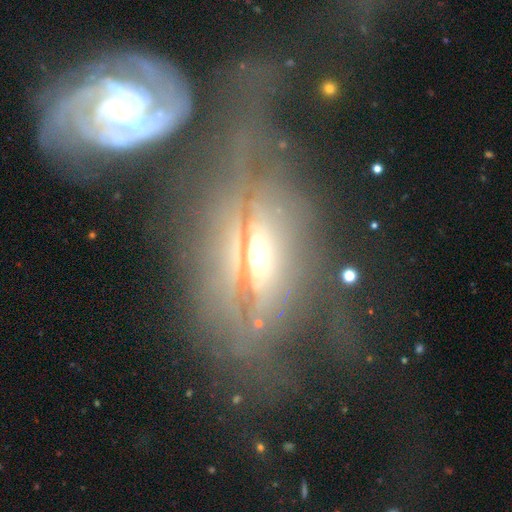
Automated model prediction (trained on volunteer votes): Overall: featured or disk (68%). Edge-on disk: yes (55%; no 45%). Merging: none (44%; major disturbance 33%).